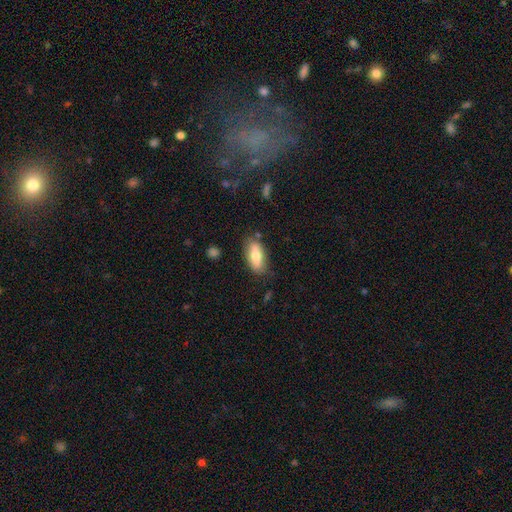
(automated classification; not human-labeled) The model was most divided on "smooth or featured": smooth: 73%, featured or disk: 21%, star or artifact: 6%. More confident: how rounded — in between (79%); merging — none (79%).